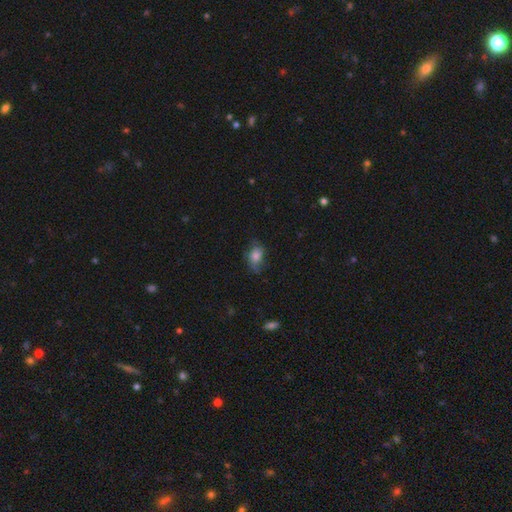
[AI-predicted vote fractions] Q: Smooth or featured?
A: smooth (69%); runner-up: featured or disk (22%)
Q: How rounded?
A: in between (81%); runner-up: round (17%)
Q: Merging?
A: none (51%); runner-up: minor disturbance (31%)